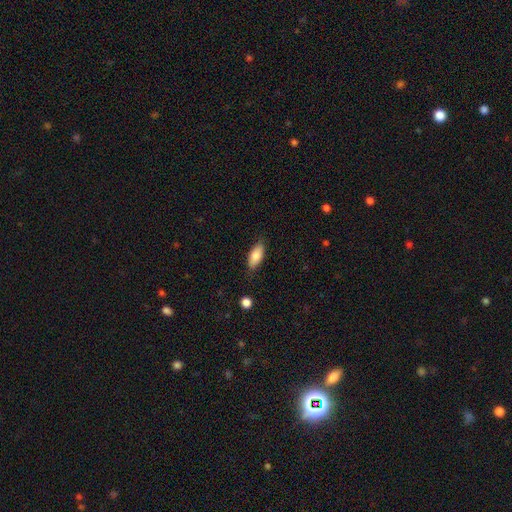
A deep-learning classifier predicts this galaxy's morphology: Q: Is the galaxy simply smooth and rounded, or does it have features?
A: smooth — 82%.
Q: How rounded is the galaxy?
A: in between — 84%.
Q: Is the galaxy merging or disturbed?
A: none — 82%.